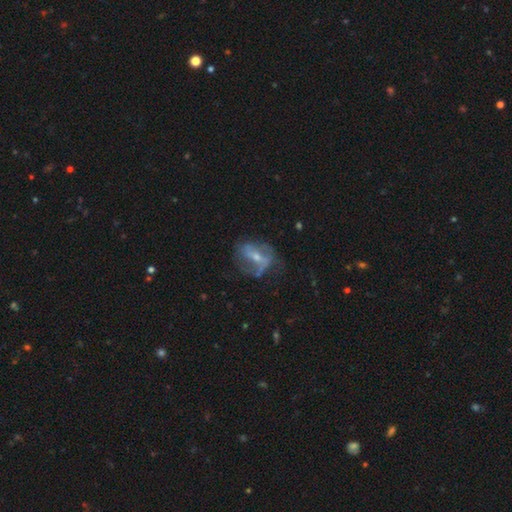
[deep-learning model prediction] Overall: featured or disk (71%). Edge-on disk: no (92%). Bar: weak (38%; strong 34%). Spiral arms: yes (72%). Bulge size: small (54%; moderate 39%). Merging: none (56%; minor disturbance 22%).